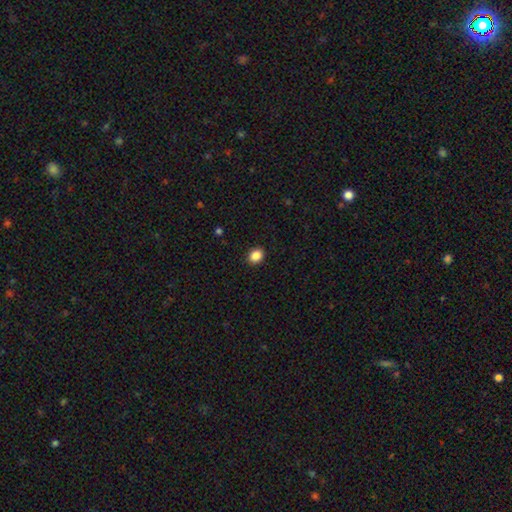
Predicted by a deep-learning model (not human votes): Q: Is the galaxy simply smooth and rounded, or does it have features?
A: smooth — 87%.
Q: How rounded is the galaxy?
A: round — 59%.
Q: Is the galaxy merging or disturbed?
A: none — 91%.